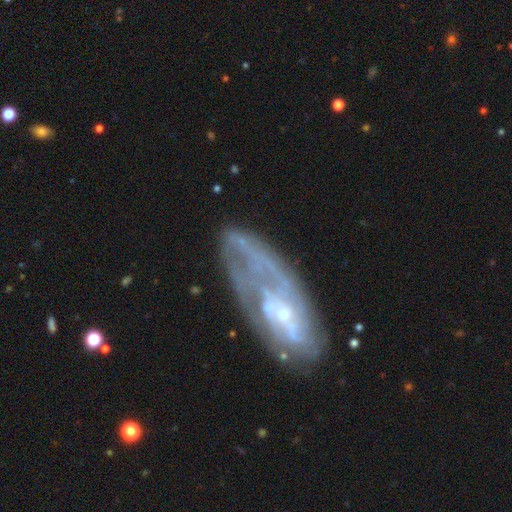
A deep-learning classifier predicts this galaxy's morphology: Smooth or featured?
  - featured or disk: 69% *
  - smooth: 21%
  - star or artifact: 10%
Edge-on disk?
  - no: 85% *
  - yes: 15%
Bar?
  - no: 67% *
  - weak: 25%
  - strong: 7%
Spiral arms?
  - yes: 62% *
  - no: 38%
Bulge size?
  - small: 67% *
  - moderate: 20%
  - none: 10%
  - large: 2%
  - dominant: 1%
Merging?
  - none: 52% *
  - minor disturbance: 23%
  - major disturbance: 20%
  - merger: 5%